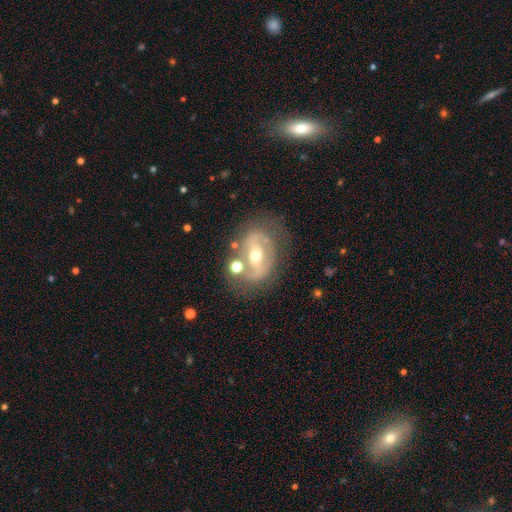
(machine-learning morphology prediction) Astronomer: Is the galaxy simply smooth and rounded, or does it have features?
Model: featured or disk — 74%.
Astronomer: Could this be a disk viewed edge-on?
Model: no — 94%.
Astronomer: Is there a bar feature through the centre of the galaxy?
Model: strong — 44% (runner-up: weak, 33%).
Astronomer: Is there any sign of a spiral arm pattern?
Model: yes — 55% (runner-up: no, 45%).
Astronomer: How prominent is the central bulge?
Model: moderate — 64%.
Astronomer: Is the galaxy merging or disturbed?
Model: none — 65%.